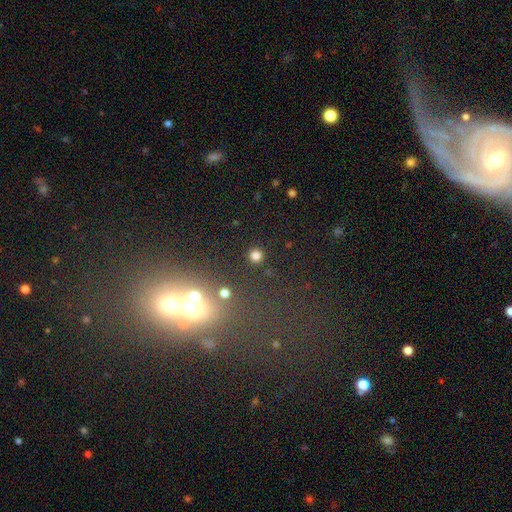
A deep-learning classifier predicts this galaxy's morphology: Overall: smooth (78%). How rounded: round (95%). Merging: none (90%).